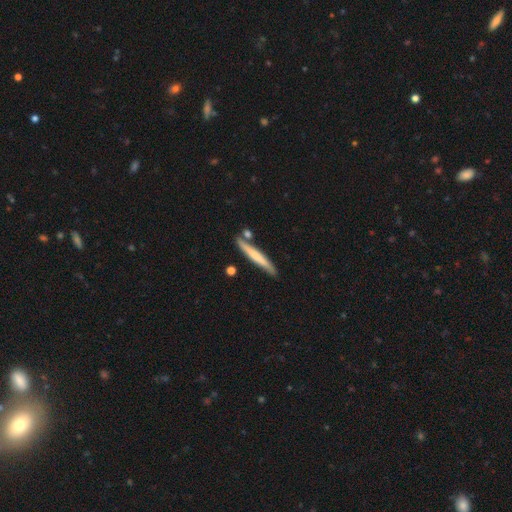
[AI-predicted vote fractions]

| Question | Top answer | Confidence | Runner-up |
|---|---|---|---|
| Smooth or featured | smooth | 55% | featured or disk (40%) |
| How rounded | cigar-shaped | 95% | in between (3%) |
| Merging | none | 78% | minor disturbance (12%) |